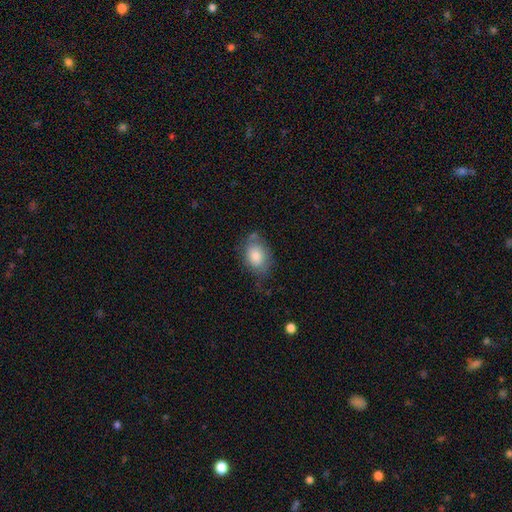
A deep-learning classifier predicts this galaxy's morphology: smooth-or-featured: smooth: 78% | featured or disk: 15% | star or artifact: 8%
  how-rounded: in between: 80% | round: 19% | cigar-shaped: 1%
  merging: none: 61% | minor disturbance: 27% | major disturbance: 8% | merger: 4%